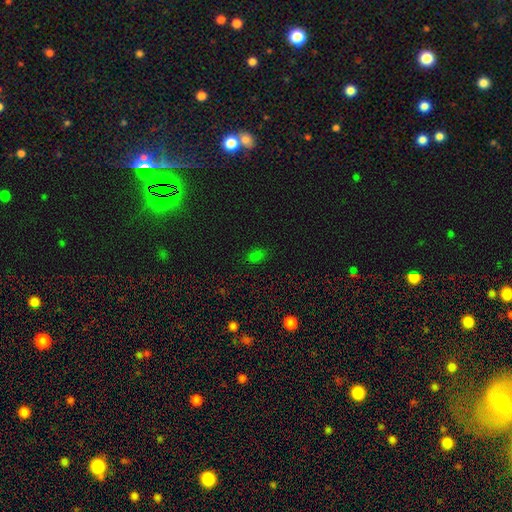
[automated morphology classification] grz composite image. It shows a smooth galaxy with no disk features (71%) that is in between round and cigar-shaped (84%). Merging: none (83%).